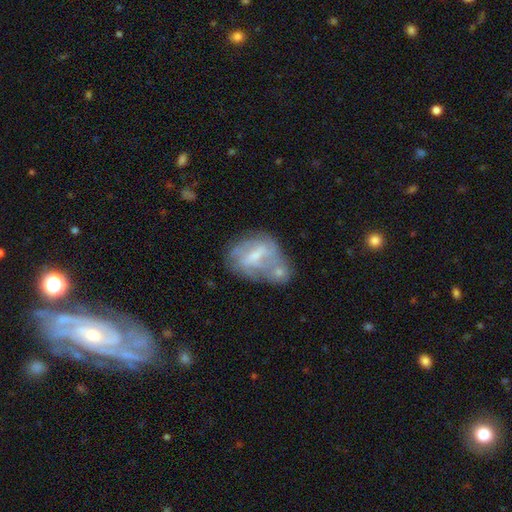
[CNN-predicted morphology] Smooth or featured? Predicted: featured or disk (p=0.64). Edge-on disk? Predicted: no (p=0.96). Bar? Predicted: weak (p=0.50). Spiral arms? Predicted: yes (p=0.59). Bulge size? Predicted: small (p=0.55). Merging? Predicted: merger (p=0.38).